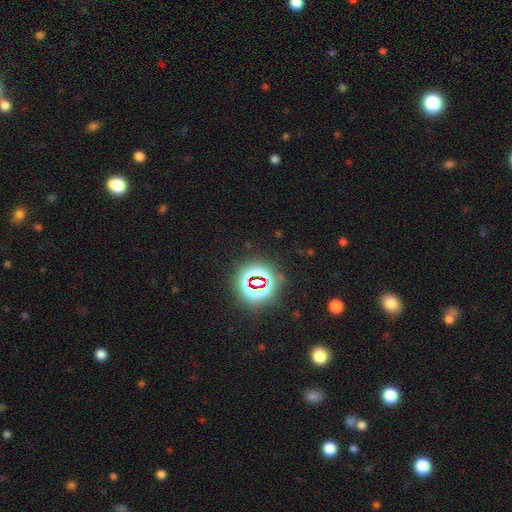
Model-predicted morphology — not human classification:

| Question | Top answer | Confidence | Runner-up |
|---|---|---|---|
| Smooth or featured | star or artifact | 81% | smooth (12%) |